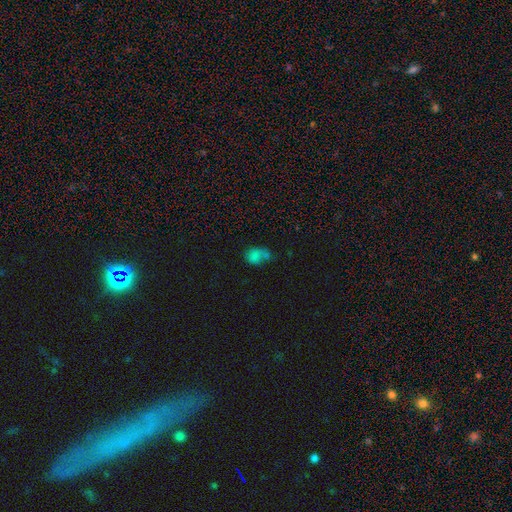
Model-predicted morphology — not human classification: Smooth or featured? Predicted: smooth (p=0.68). How rounded? Predicted: in between (p=0.66). Merging? Predicted: none (p=0.32).